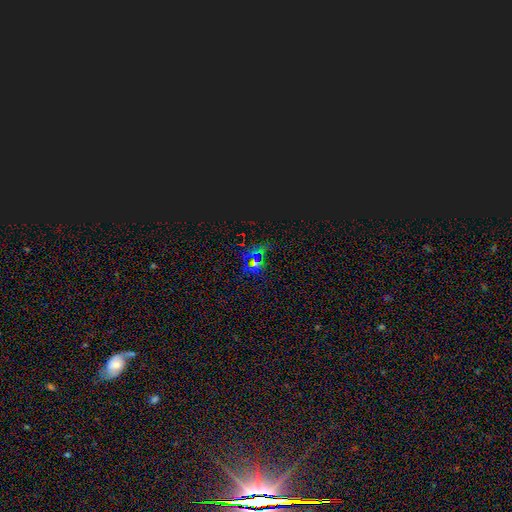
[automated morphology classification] Smooth or featured?
  - star or artifact: 66% *
  - smooth: 23%
  - featured or disk: 11%